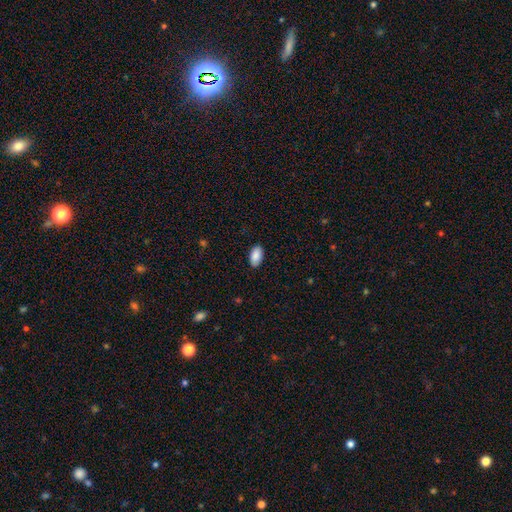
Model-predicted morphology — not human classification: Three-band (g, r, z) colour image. It shows a smooth galaxy with no disk features (89%) that is in between round and cigar-shaped (95%). Merging: none (88%).